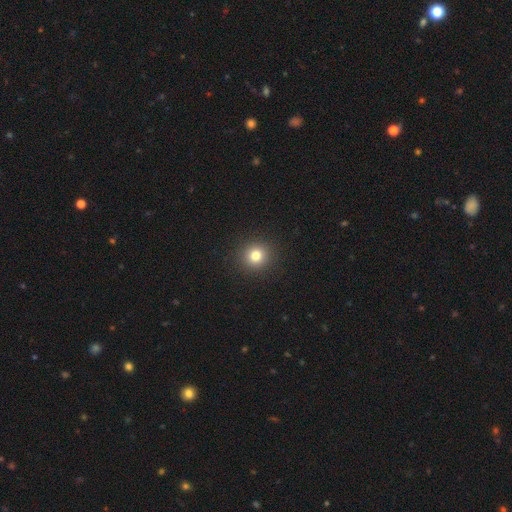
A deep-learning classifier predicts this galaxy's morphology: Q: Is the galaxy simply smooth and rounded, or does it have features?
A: smooth — 80%.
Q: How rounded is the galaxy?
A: round — 91%.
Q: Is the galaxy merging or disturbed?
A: none — 92%.